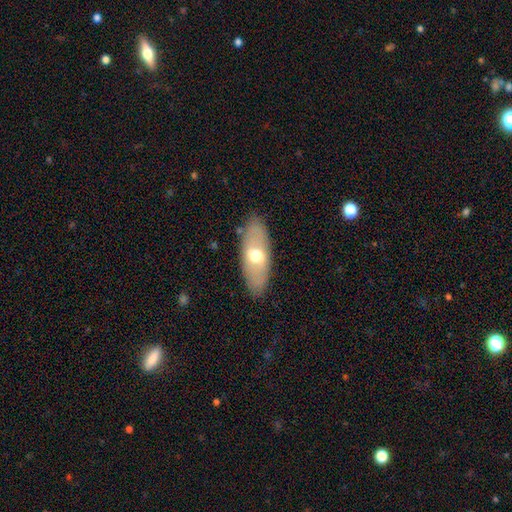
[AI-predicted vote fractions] smooth 55%, featured or disk 39%, star or artifact 6%. Down the decision tree: how rounded — in between (80%); merging — none (84%).